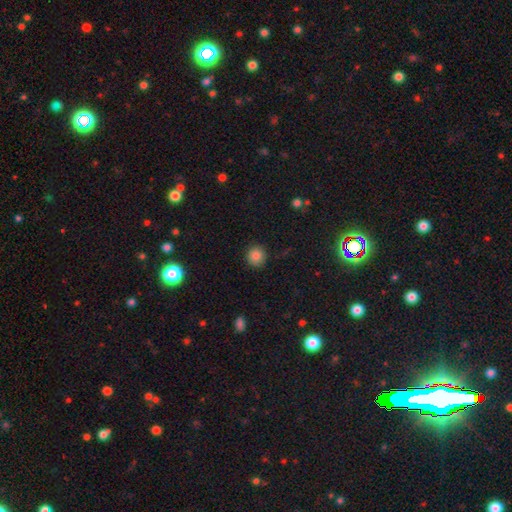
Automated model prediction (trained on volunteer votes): Smooth or featured?
  - smooth: 85% *
  - star or artifact: 10%
  - featured or disk: 4%
How rounded?
  - round: 91% *
  - in between: 8%
  - cigar-shaped: 1%
Merging?
  - none: 89% *
  - minor disturbance: 7%
  - major disturbance: 2%
  - merger: 1%